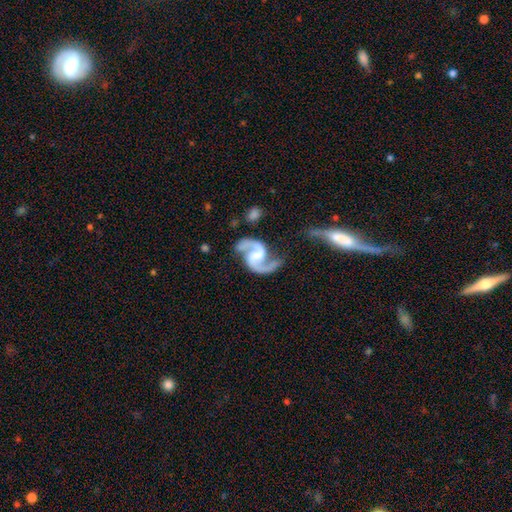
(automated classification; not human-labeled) The model was most divided on "bulge size": none: 39%, moderate: 27%, small: 23%, large: 9%, dominant: 2%. Remaining: edge-on disk — no (98%); spiral arms — yes (98%); spiral arm count — 2 (95%); smooth or featured — featured or disk (94%); merging — none (72%); spiral winding — medium (56%); bar — weak (46%).